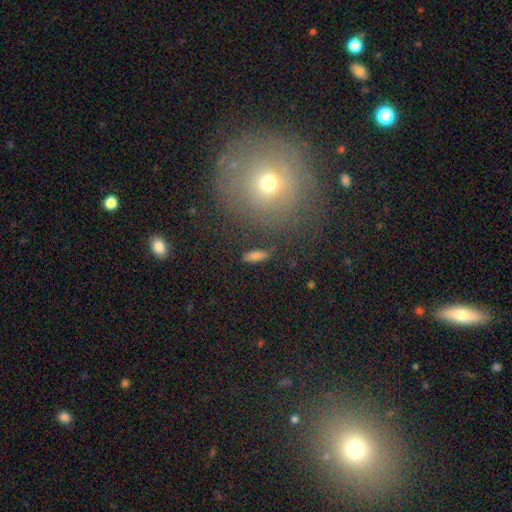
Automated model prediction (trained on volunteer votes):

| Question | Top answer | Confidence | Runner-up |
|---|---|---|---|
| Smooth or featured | smooth | 76% | star or artifact (12%) |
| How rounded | in between | 48% | cigar-shaped (44%) |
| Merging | none | 83% | minor disturbance (9%) |